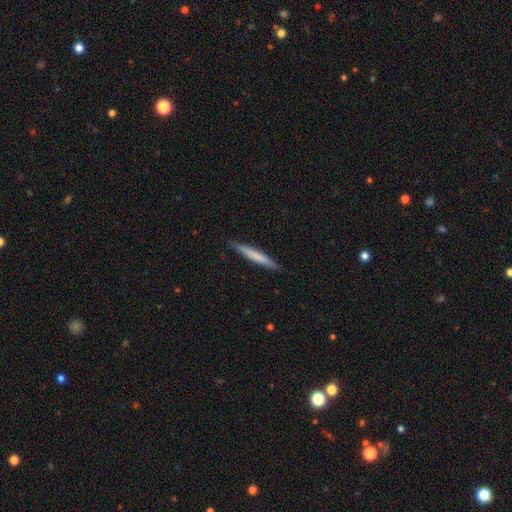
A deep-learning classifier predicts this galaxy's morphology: A smooth galaxy with no disk features (69%) that is cigar-shaped (95%).

Vote fractions:
- Smooth or featured? smooth: 69% / featured or disk: 26% / star or artifact: 5%
- How rounded? cigar-shaped: 95% / in between: 4% / round: 1%
- Merging? none: 88% / minor disturbance: 9% / major disturbance: 2% / merger: 1%